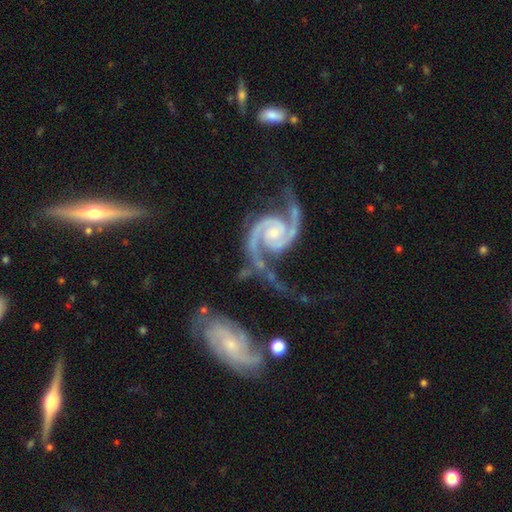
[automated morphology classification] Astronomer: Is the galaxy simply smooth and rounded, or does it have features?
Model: featured or disk — 93%.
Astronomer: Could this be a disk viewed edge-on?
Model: no — 98%.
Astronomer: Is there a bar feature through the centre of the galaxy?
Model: no — 56% (runner-up: weak, 31%).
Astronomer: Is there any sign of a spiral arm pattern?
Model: yes — 99%.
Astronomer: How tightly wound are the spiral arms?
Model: medium — 57%.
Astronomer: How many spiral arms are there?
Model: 2 — 93%.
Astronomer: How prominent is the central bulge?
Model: small — 62%.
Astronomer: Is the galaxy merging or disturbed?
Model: none — 48%.